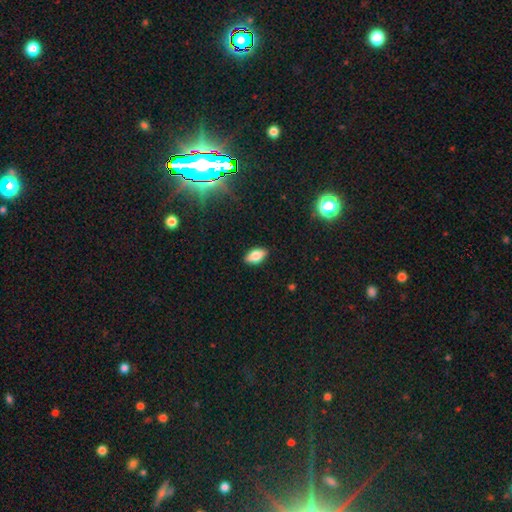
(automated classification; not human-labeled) Smooth or featured: smooth — 77% (featured or disk — 15%)
How rounded: in between — 90% (cigar-shaped — 5%)
Merging: none — 88% (minor disturbance — 9%)